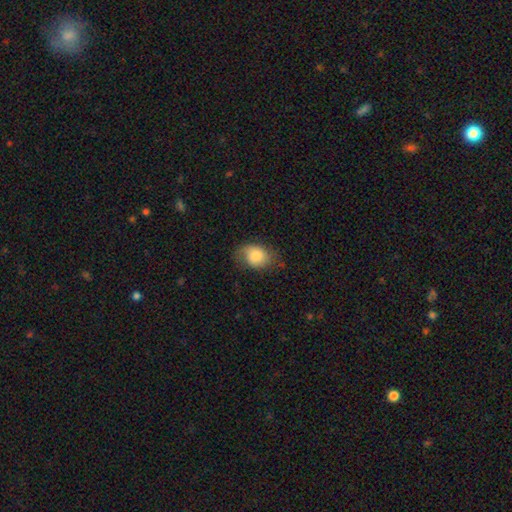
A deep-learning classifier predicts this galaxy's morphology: Overall: smooth (77%). How rounded: in between (71%). Merging: none (61%; minor disturbance 28%).